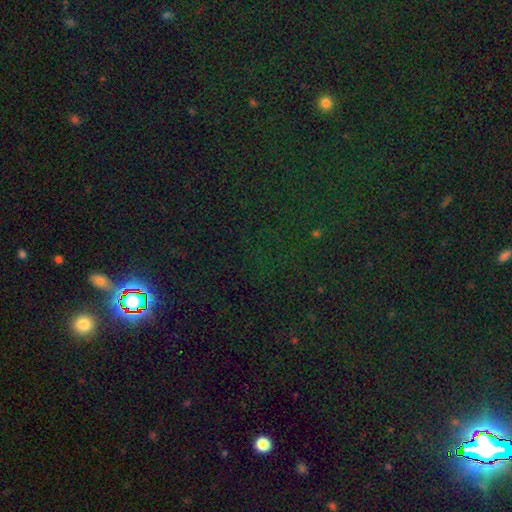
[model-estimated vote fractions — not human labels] smooth_or_featured: star or artifact (p=0.79) [alt: smooth p=0.13]